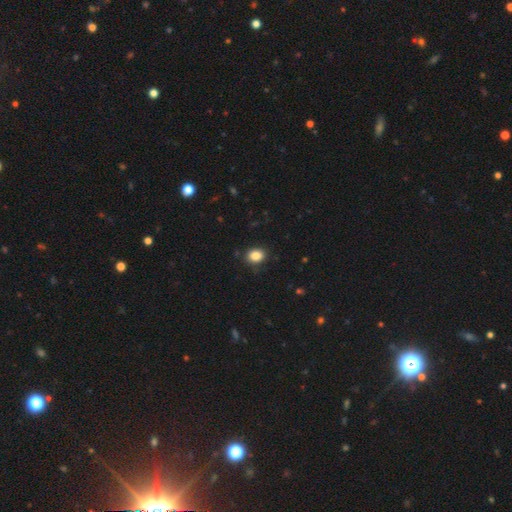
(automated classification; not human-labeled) smooth_or_featured: smooth (p=0.86) [alt: star or artifact p=0.10]
how_rounded: in between (p=0.55) [alt: round p=0.44]
merging: none (p=0.86) [alt: minor disturbance p=0.10]